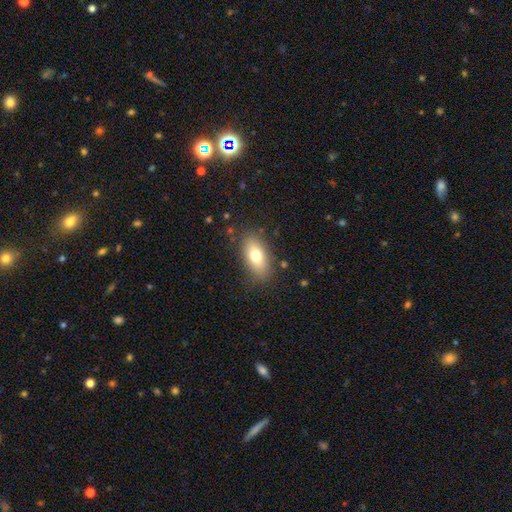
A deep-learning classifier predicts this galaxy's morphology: type=smooth (75%); roundness=in between (88%); merging=none (82%).